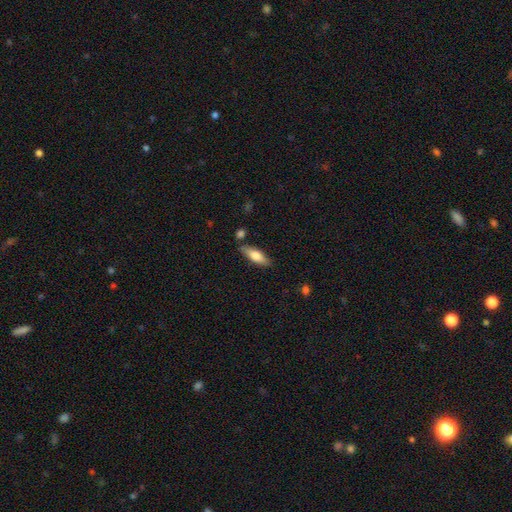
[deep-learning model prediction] A smooth galaxy with no disk features (69%) that is in between round and cigar-shaped (55%).

Vote fractions:
- Smooth or featured? smooth: 69% / featured or disk: 25% / star or artifact: 6%
- How rounded? in between: 55% / cigar-shaped: 43% / round: 2%
- Merging? none: 79% / minor disturbance: 13% / merger: 5% / major disturbance: 3%